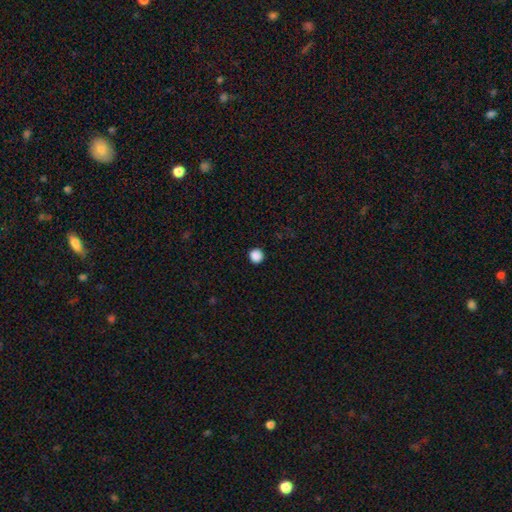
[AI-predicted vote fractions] Q: Smooth or featured?
A: smooth (88%); runner-up: star or artifact (10%)
Q: How rounded?
A: round (95%); runner-up: in between (4%)
Q: Merging?
A: none (93%); runner-up: minor disturbance (4%)